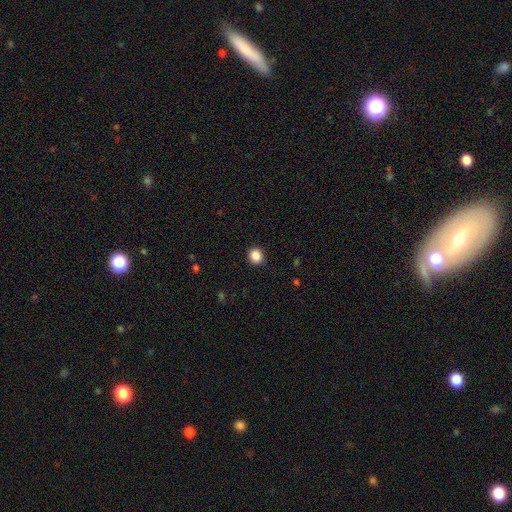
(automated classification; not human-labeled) Overall: smooth (87%). How rounded: round (75%). Merging: none (90%).